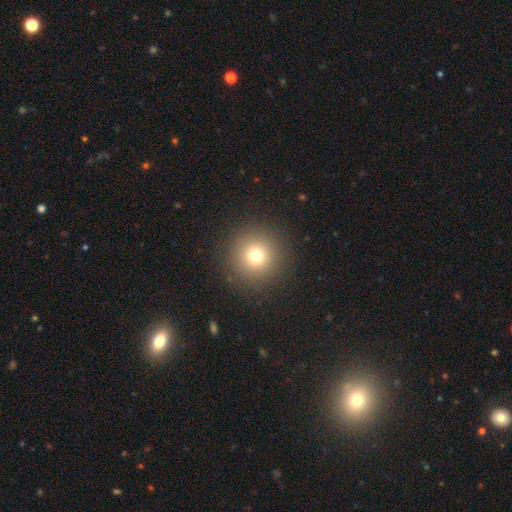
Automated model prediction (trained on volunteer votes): Morphology: type=smooth (74%); roundness=round (96%); merging=none (91%).